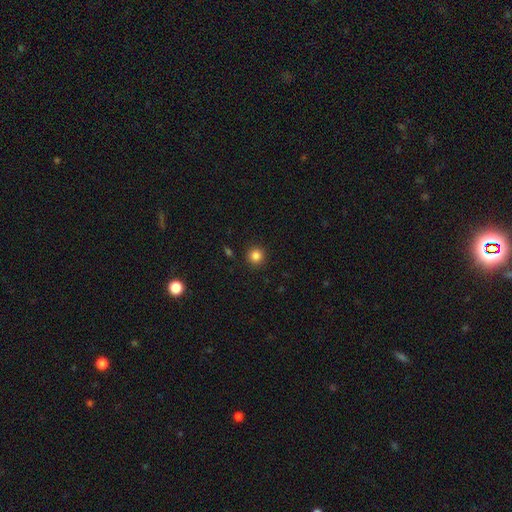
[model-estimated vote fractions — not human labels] Smooth or featured? smooth (84%)
How rounded? round (94%)
Merging? none (91%)